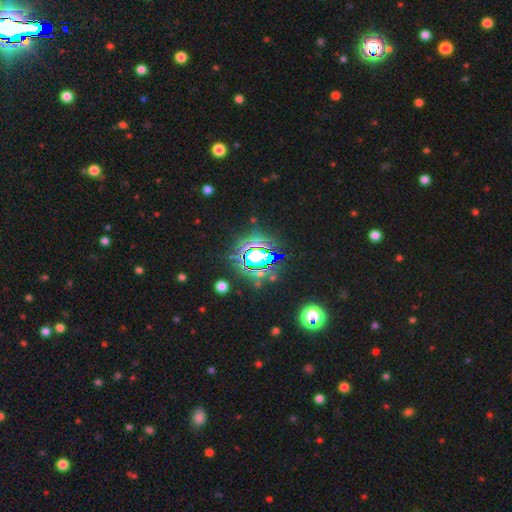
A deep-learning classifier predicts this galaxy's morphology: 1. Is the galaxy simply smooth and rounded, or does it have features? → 69% star or artifact, 19% smooth, 11% featured or disk.